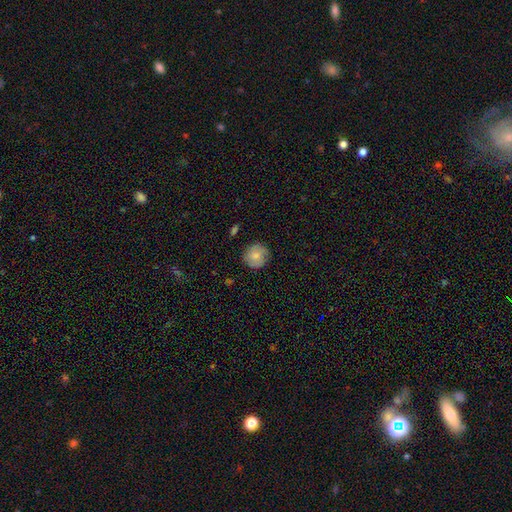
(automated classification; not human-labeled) Smooth or featured? smooth (76%)
How rounded? round (92%)
Merging? none (83%)